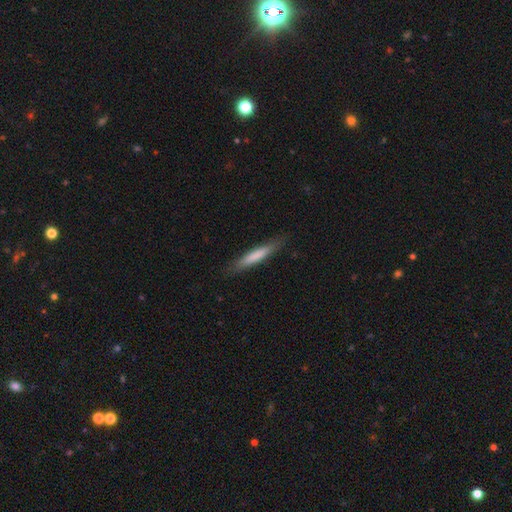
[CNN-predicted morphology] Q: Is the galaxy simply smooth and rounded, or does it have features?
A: smooth — 73%.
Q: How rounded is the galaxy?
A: cigar-shaped — 93%.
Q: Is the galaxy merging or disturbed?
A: none — 85%.